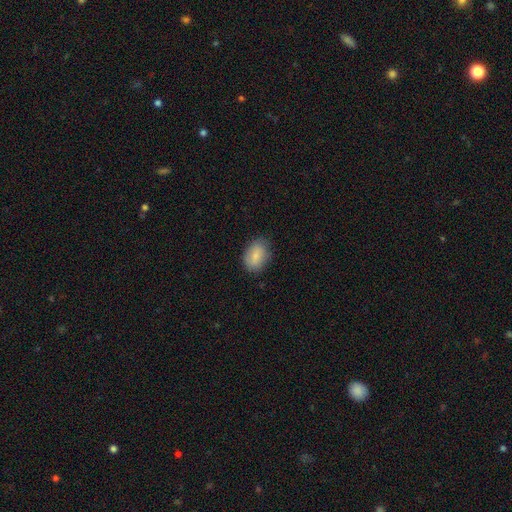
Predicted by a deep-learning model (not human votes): A smooth galaxy with no disk features (84%) that is in between round and cigar-shaped (78%).

Vote fractions:
- Smooth or featured? smooth: 84% / featured or disk: 9% / star or artifact: 7%
- How rounded? in between: 78% / round: 20% / cigar-shaped: 1%
- Merging? none: 79% / minor disturbance: 16% / major disturbance: 4% / merger: 1%